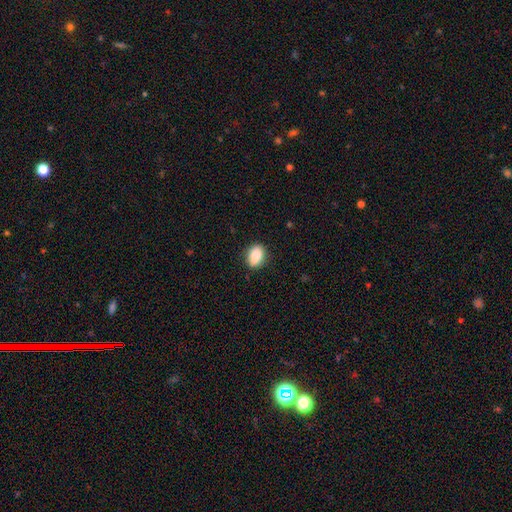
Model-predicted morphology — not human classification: This appears to be a smooth galaxy with no disk features (86%) that is in between round and cigar-shaped (77%). Merging: none (85%).